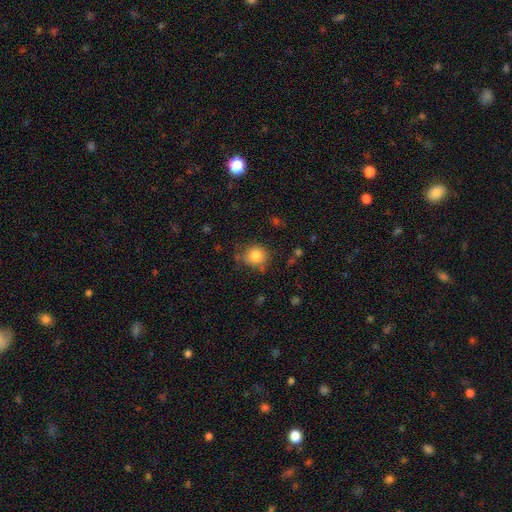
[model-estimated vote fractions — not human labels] Morphology: type=smooth (82%); roundness=round (85%); merging=none (74%).